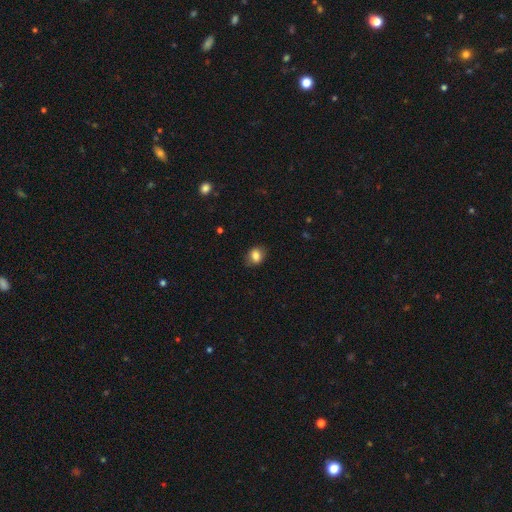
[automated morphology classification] The model was most divided on "how rounded": in between: 55%, round: 44%, cigar-shaped: 1%. More confident: smooth or featured — smooth (82%); merging — none (81%).